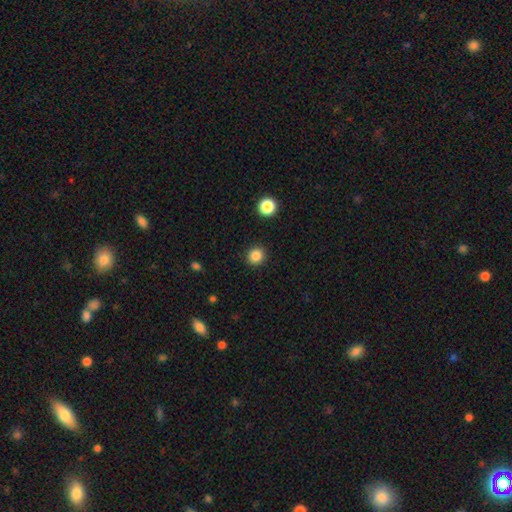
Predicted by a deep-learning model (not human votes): Smooth or featured?
  - smooth: 85% *
  - star or artifact: 11%
  - featured or disk: 3%
How rounded?
  - round: 90% *
  - in between: 9%
  - cigar-shaped: 1%
Merging?
  - none: 91% *
  - minor disturbance: 5%
  - major disturbance: 2%
  - merger: 1%